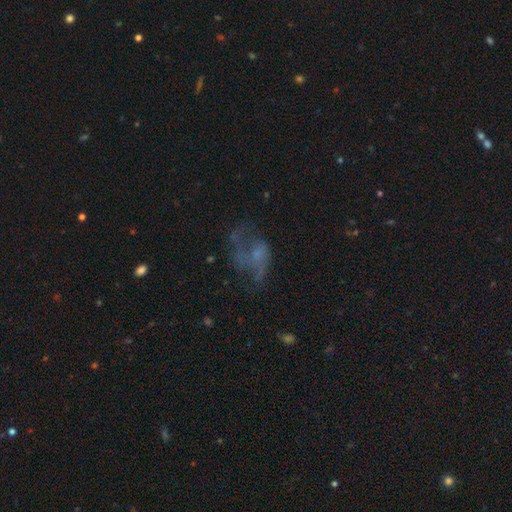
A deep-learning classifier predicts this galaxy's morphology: A featured or disk galaxy (50%). Merging: major disturbance (45%).